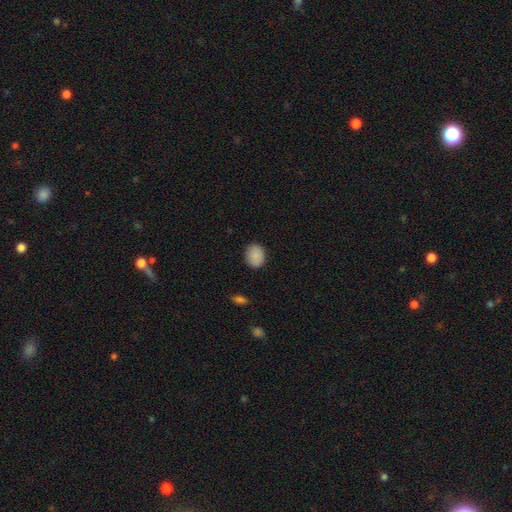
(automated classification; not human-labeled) smooth 88%, star or artifact 8%, featured or disk 4%. Down the decision tree: how rounded — round (54%); merging — none (87%).